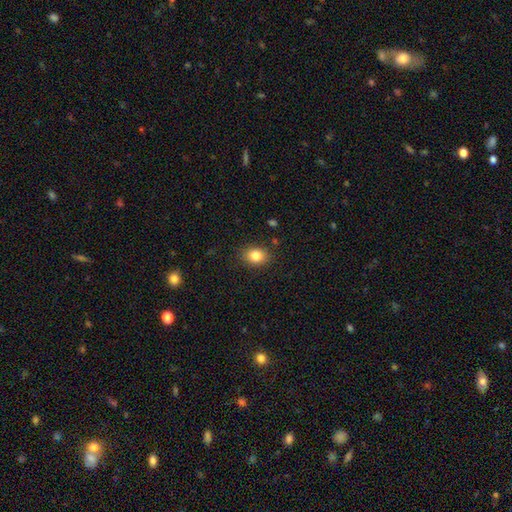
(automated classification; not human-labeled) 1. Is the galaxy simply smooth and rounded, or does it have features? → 84% smooth, 9% star or artifact, 7% featured or disk.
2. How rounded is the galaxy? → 63% in between, 36% round, 1% cigar-shaped.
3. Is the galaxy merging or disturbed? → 86% none, 10% minor disturbance, 3% major disturbance, 1% merger.